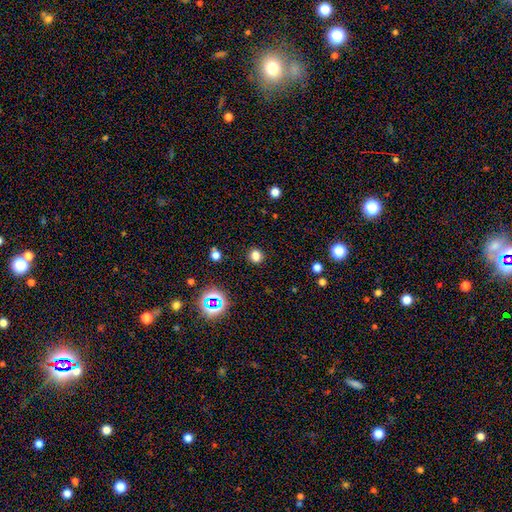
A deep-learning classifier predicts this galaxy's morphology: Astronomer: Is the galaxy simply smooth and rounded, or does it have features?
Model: smooth — 77%.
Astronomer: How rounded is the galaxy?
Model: round — 82%.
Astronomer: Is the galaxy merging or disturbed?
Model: none — 90%.